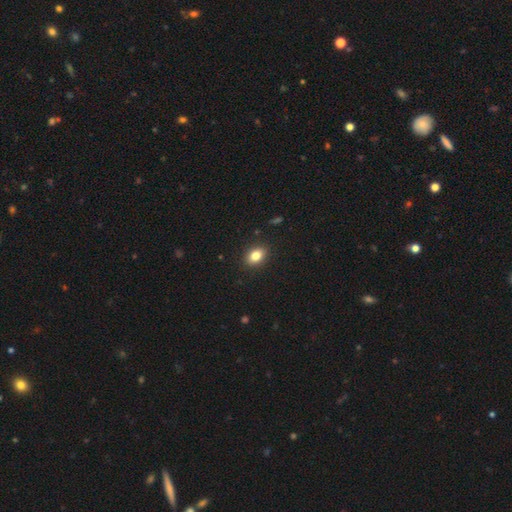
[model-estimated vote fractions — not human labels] A smooth galaxy with no disk features (83%) that is in between round and cigar-shaped (77%). Merging: none (89%).